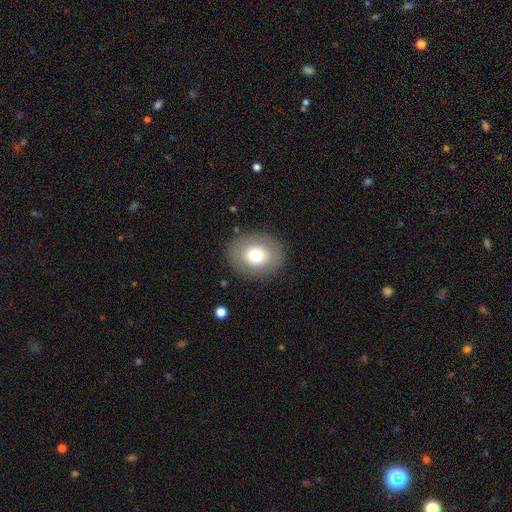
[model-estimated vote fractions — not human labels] The model was most divided on "how rounded": round: 57%, in between: 42%, cigar-shaped: 1%. More confident: merging — none (87%); smooth or featured — smooth (72%).